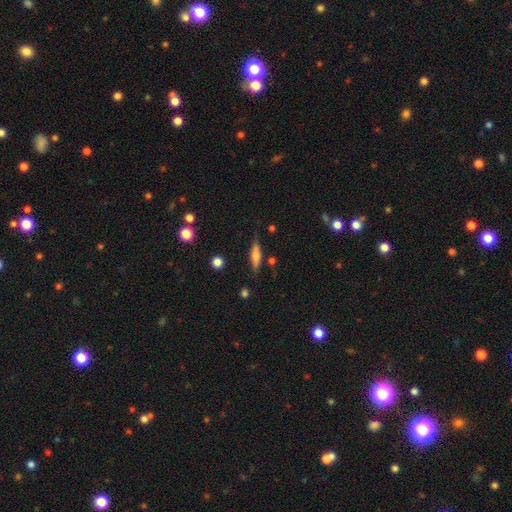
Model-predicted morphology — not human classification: Smooth or featured? smooth (53%)
How rounded? cigar-shaped (73%)
Merging? none (80%)